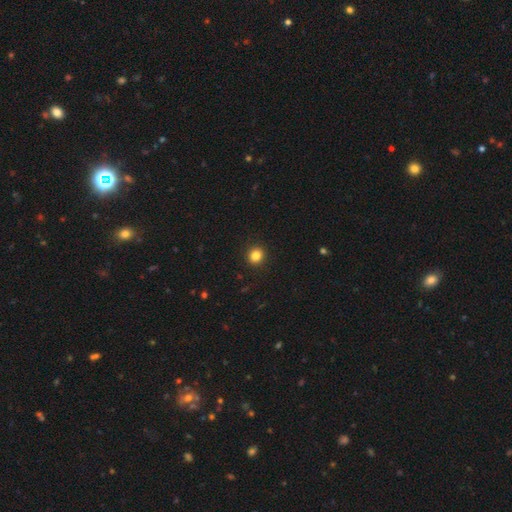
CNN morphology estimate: Smooth or featured?
  - smooth: 84% *
  - star or artifact: 12%
  - featured or disk: 5%
How rounded?
  - round: 89% *
  - in between: 10%
  - cigar-shaped: 1%
Merging?
  - none: 93% *
  - minor disturbance: 5%
  - major disturbance: 2%
  - merger: 1%